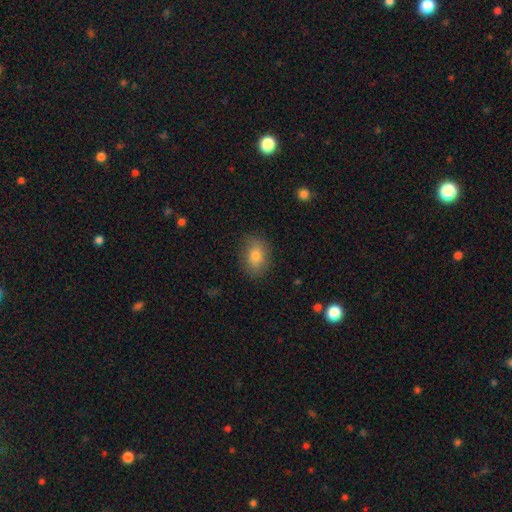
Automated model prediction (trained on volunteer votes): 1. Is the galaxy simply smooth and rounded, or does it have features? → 77% smooth, 13% featured or disk, 10% star or artifact.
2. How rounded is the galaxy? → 72% in between, 26% round, 2% cigar-shaped.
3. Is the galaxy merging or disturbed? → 84% none, 12% minor disturbance, 3% major disturbance, 1% merger.